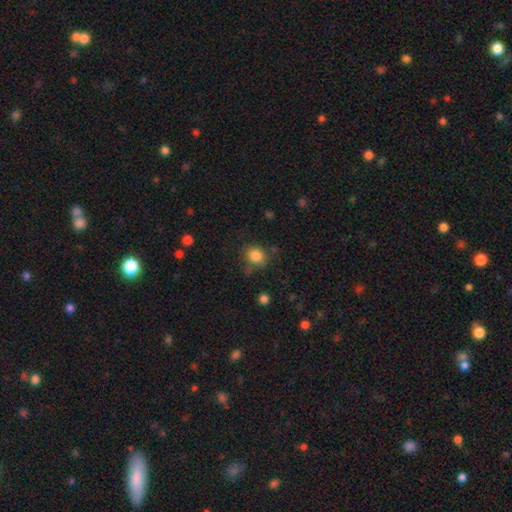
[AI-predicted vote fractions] Morphology: type=smooth (83%); roundness=round (77%); merging=none (74%).